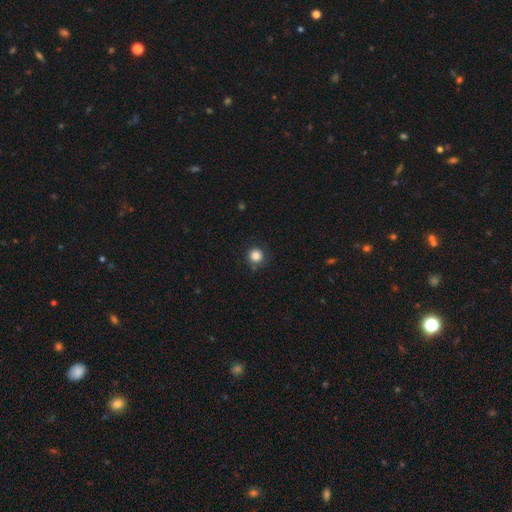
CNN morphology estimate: This is clearly a smooth galaxy (85%). How rounded: clearly round (93%). Merging: clearly none (82%).